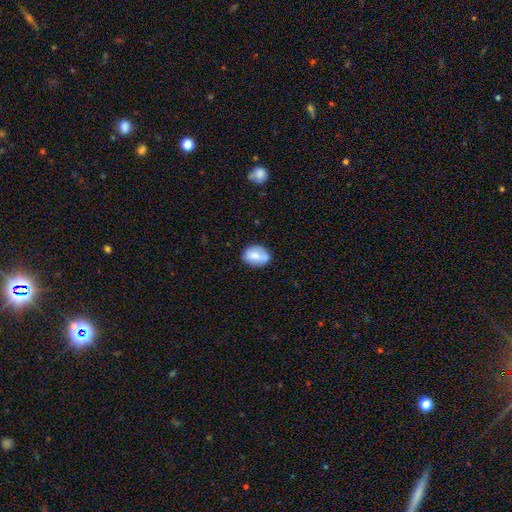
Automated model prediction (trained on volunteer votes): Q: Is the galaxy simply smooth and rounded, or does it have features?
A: smooth — 74%.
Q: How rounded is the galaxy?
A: in between — 65%.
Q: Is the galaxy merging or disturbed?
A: none — 66%.